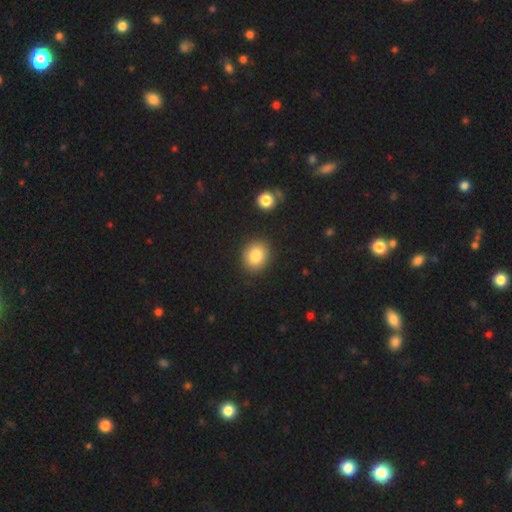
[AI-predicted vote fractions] A smooth galaxy with no disk features (84%) that is round (67%). Merging: none (87%).